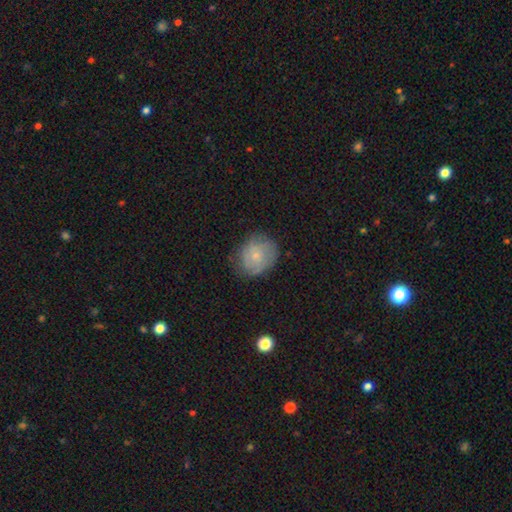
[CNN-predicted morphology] Overall: smooth (54%; featured or disk 38%). How rounded: round (73%). Merging: none (71%).